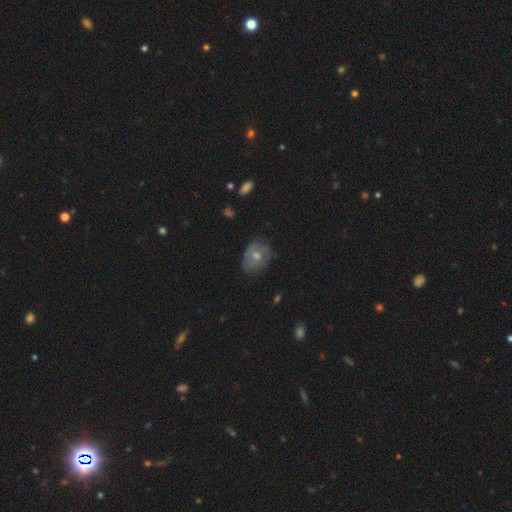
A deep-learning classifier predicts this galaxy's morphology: Smooth or featured: smooth — 57% (featured or disk — 35%)
How rounded: in between — 54% (round — 45%)
Merging: none — 66% (minor disturbance — 26%)